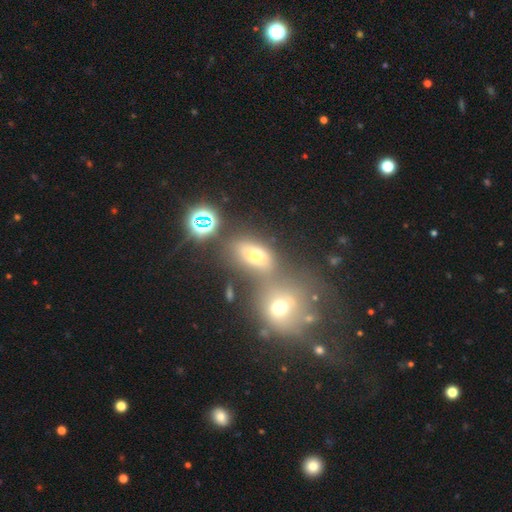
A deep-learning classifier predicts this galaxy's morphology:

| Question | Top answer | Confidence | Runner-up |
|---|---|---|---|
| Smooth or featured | smooth | 62% | star or artifact (21%) |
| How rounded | in between | 64% | round (33%) |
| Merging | merger | 41% | none (39%) |